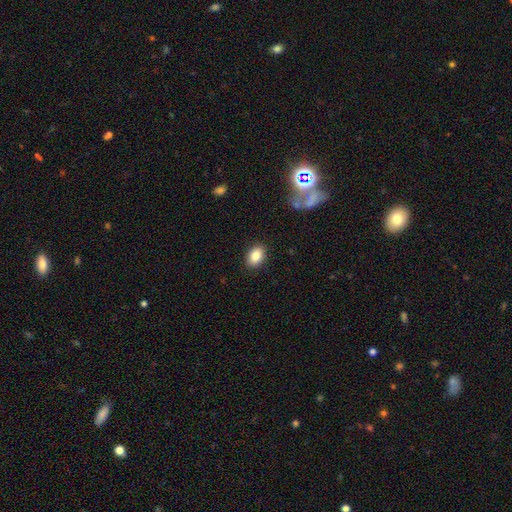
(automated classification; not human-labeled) Overall: smooth (85%). How rounded: in between (84%). Merging: none (88%).